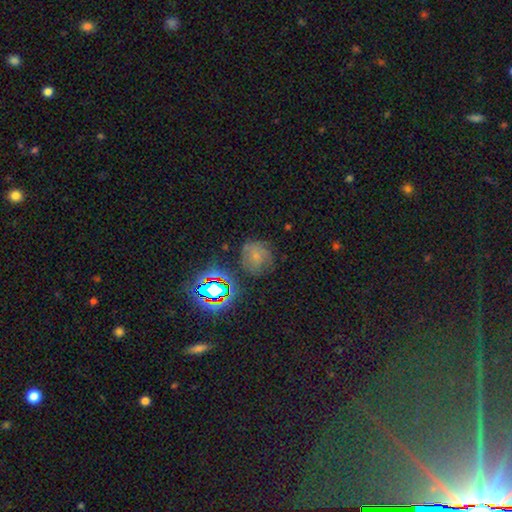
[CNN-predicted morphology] smooth-or-featured: smooth: 47% | star or artifact: 28% | featured or disk: 25%
  merging: none: 64% | minor disturbance: 21% | major disturbance: 11% | merger: 3%